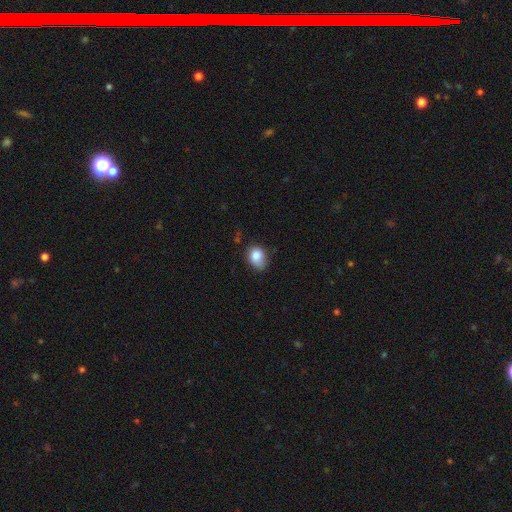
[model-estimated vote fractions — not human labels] smooth 84%, star or artifact 9%, featured or disk 7%. Down the decision tree: how rounded — in between (60%); merging — none (57%).